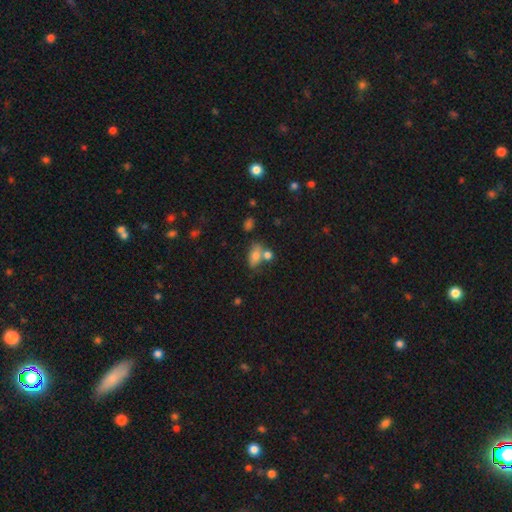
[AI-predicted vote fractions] Smooth or featured?
  - smooth: 73% *
  - featured or disk: 16%
  - star or artifact: 11%
How rounded?
  - in between: 81% *
  - round: 14%
  - cigar-shaped: 5%
Merging?
  - none: 46% *
  - merger: 33%
  - minor disturbance: 15%
  - major disturbance: 6%